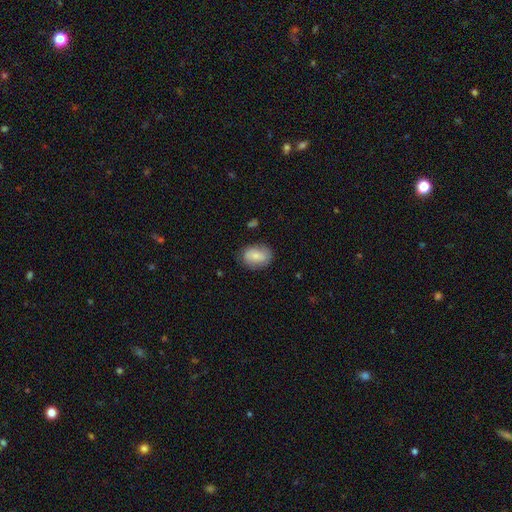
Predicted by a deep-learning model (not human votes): Smooth or featured: smooth — 73% (featured or disk — 20%)
How rounded: in between — 75% (round — 24%)
Merging: none — 78% (minor disturbance — 17%)